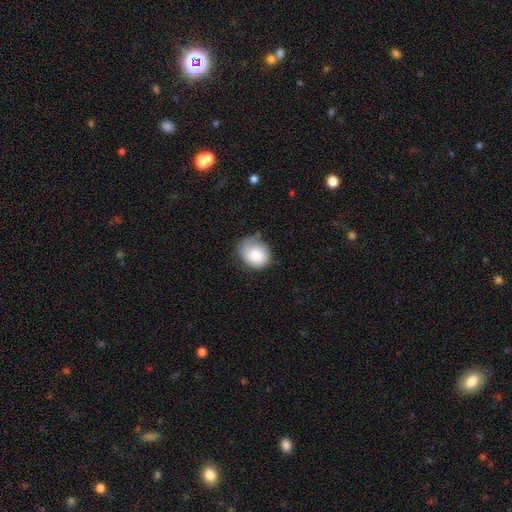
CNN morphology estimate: smooth 81%, featured or disk 12%, star or artifact 7%. Down the decision tree: how rounded — round (60%); merging — none (51%).